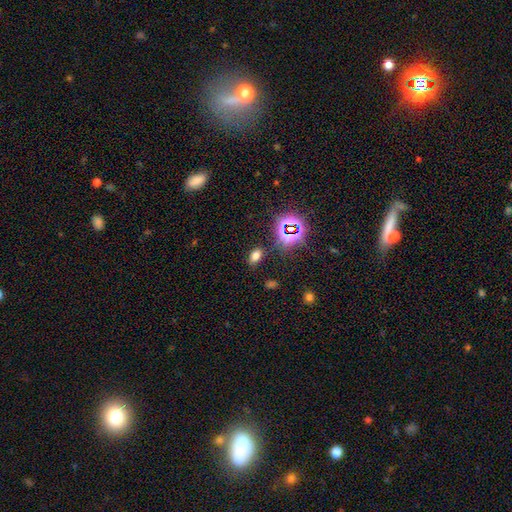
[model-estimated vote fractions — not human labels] Smooth or featured: smooth — 66% (star or artifact — 26%)
How rounded: in between — 85% (round — 13%)
Merging: none — 84% (minor disturbance — 10%)